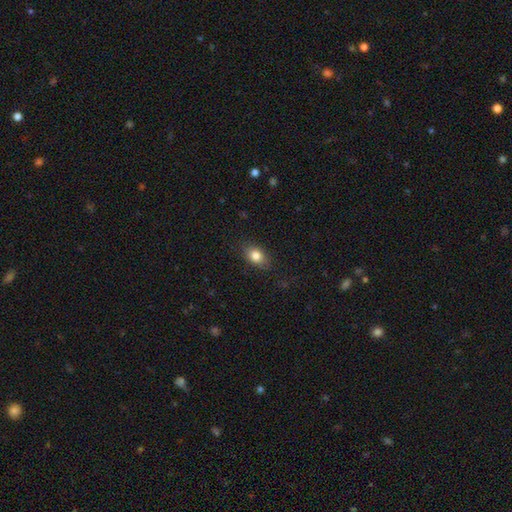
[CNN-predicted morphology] smooth-or-featured: smooth: 82% | featured or disk: 9% | star or artifact: 9%
  how-rounded: in between: 80% | round: 18% | cigar-shaped: 2%
  merging: none: 84% | minor disturbance: 12% | major disturbance: 3% | merger: 1%